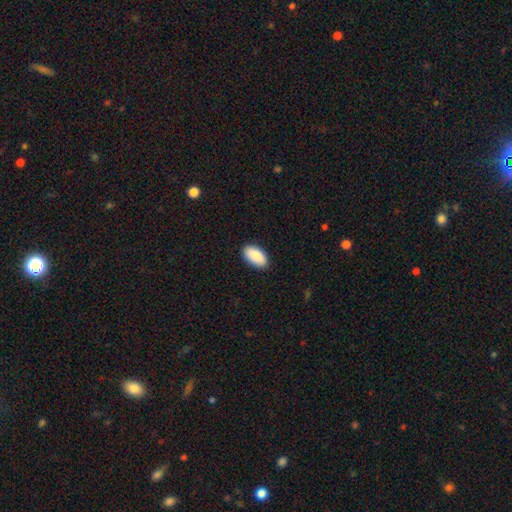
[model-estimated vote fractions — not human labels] A smooth galaxy with no disk features (90%) that is in between round and cigar-shaped (96%). Merging: none (89%).